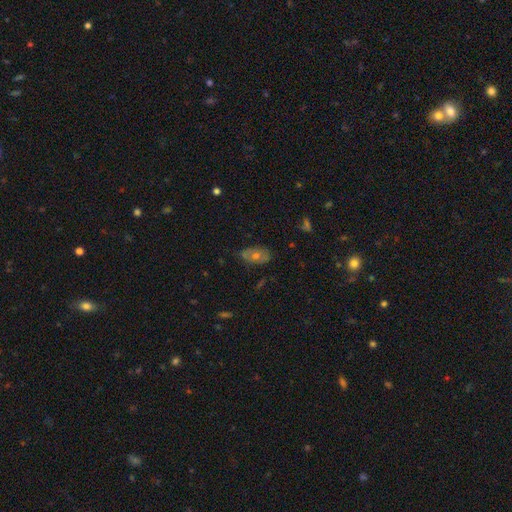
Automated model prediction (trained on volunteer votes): Smooth or featured? smooth (47%)
Merging? none (75%)